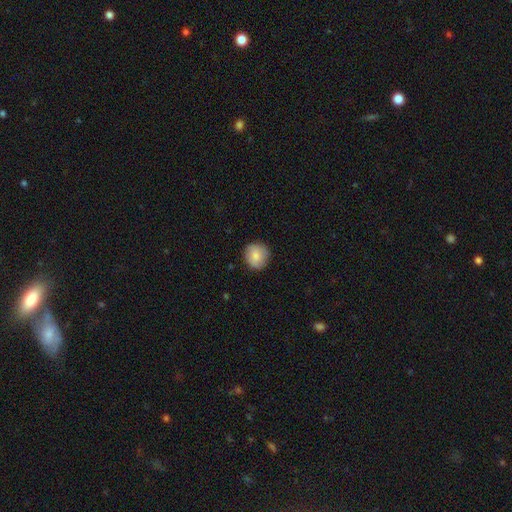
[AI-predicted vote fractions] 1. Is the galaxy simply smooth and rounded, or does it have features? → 82% smooth, 11% featured or disk, 7% star or artifact.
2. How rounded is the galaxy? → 92% round, 7% in between, 1% cigar-shaped.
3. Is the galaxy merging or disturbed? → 87% none, 10% minor disturbance, 2% major disturbance, 1% merger.